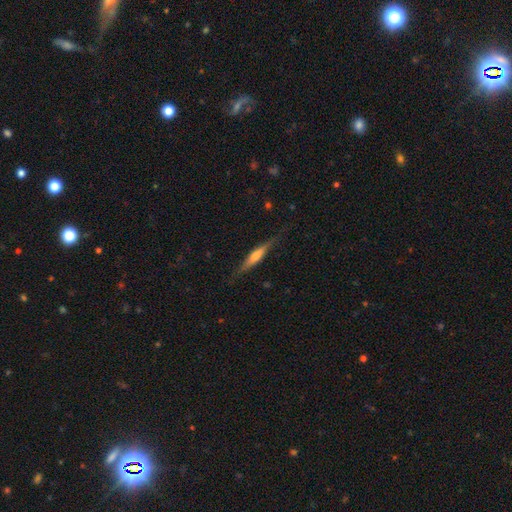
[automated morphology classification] Smooth or featured?
  - featured or disk: 58% *
  - smooth: 36%
  - star or artifact: 6%
Edge-on disk?
  - yes: 94% *
  - no: 6%
Edge-on bulge?
  - rounded: 76% *
  - none: 12%
  - boxy: 12%
Merging?
  - none: 80% *
  - minor disturbance: 15%
  - major disturbance: 4%
  - merger: 1%